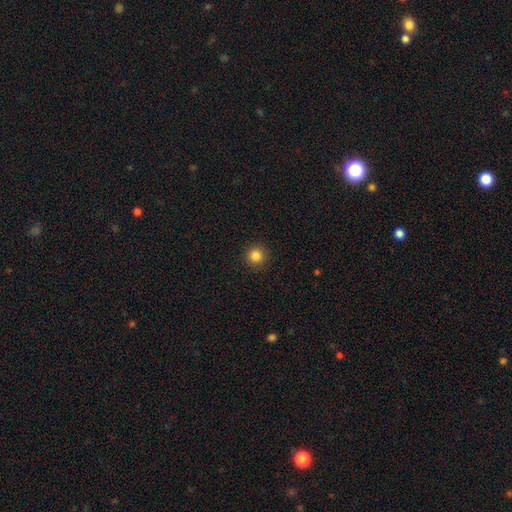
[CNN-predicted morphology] type=smooth (84%); roundness=round (95%); merging=none (92%).